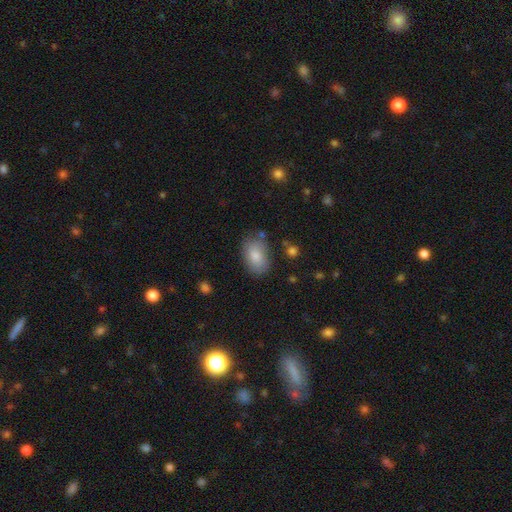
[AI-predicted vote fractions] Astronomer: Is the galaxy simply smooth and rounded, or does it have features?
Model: smooth — 83%.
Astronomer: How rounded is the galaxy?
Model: in between — 89%.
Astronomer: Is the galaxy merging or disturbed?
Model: none — 72%.